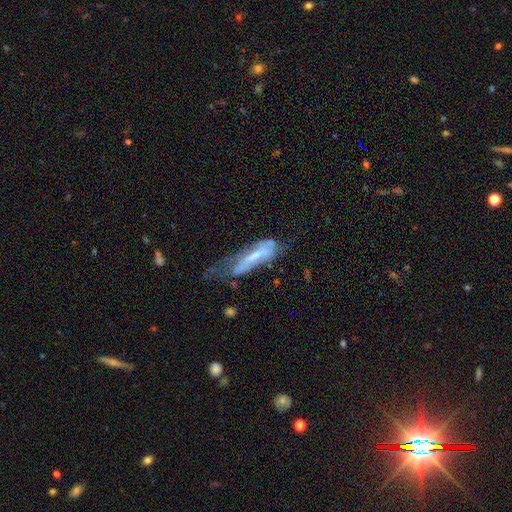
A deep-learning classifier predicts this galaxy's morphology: Overall: featured or disk (54%; smooth 38%). Edge-on disk: no (68%; yes 32%). Merging: major disturbance (36%; minor disturbance 29%).